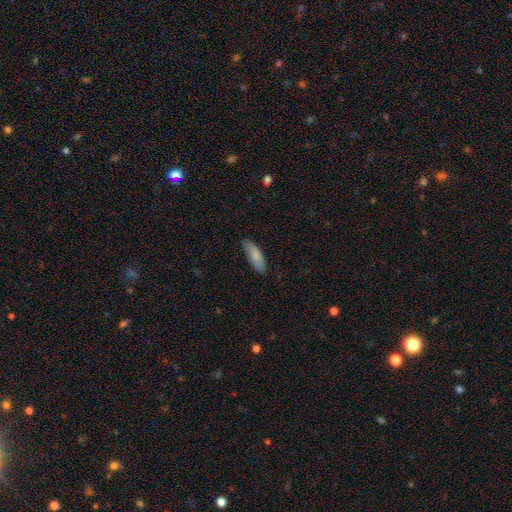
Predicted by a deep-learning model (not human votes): The model was most divided on "how rounded": in between: 55%, cigar-shaped: 44%, round: 2%. More confident: smooth or featured — smooth (83%); merging — none (82%).